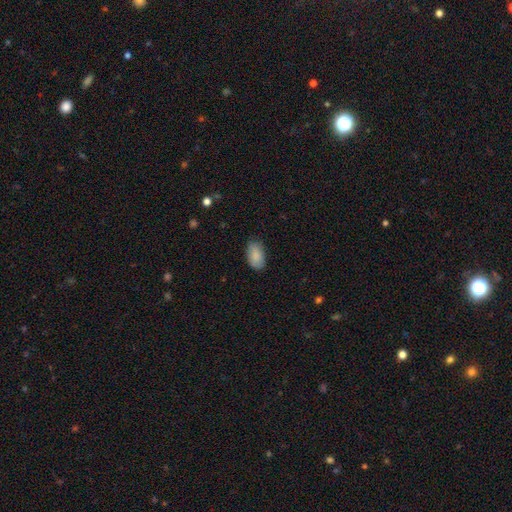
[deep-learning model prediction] smooth 88%, featured or disk 6%, star or artifact 6%. Down the decision tree: how rounded — in between (94%); merging — none (81%).